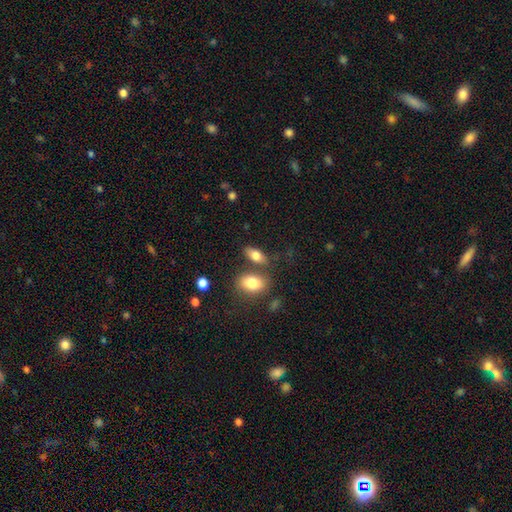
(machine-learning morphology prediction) smooth_or_featured: smooth (p=0.79) [alt: featured or disk p=0.13]
how_rounded: in between (p=0.85) [alt: cigar-shaped p=0.08]
merging: none (p=0.66) [alt: merger p=0.17]